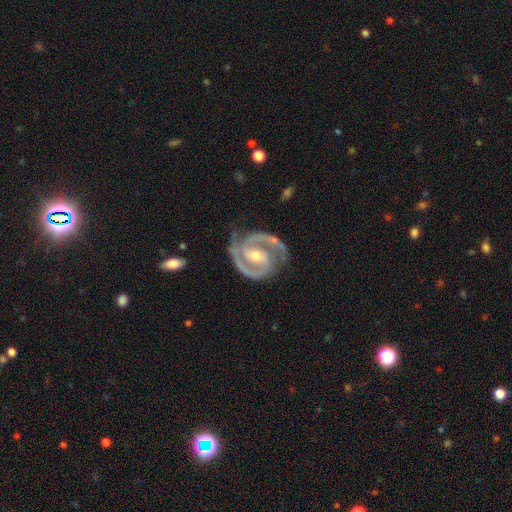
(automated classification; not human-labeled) Overall: featured or disk (94%). Edge-on disk: no (98%). Bar: weak (39%; no 31%). Spiral arms: yes (99%). Spiral arm count: 2 (91%). Spiral winding: tight (54%; medium 42%). Bulge size: moderate (58%; small 39%). Merging: none (77%).